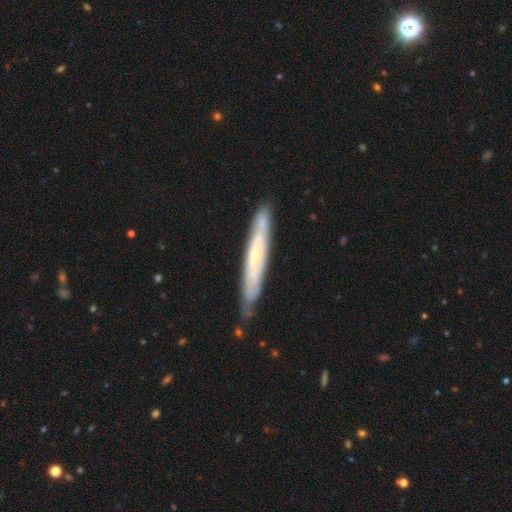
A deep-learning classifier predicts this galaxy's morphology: Overall: featured or disk (69%). Edge-on disk: yes (62%; no 38%). Merging: none (78%).